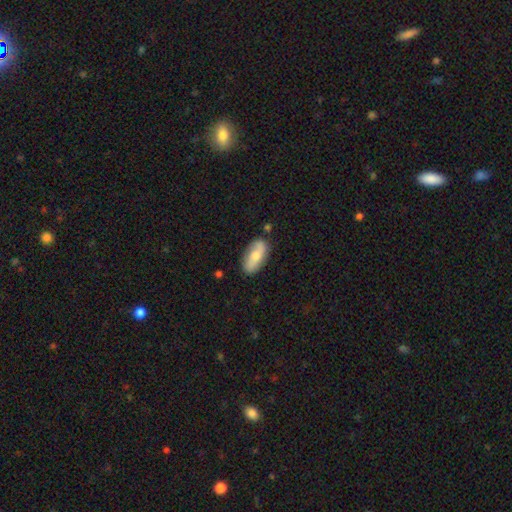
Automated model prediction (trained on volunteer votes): Q: Smooth or featured?
A: smooth (58%); runner-up: featured or disk (36%)
Q: How rounded?
A: in between (89%); runner-up: cigar-shaped (8%)
Q: Merging?
A: none (78%); runner-up: minor disturbance (15%)